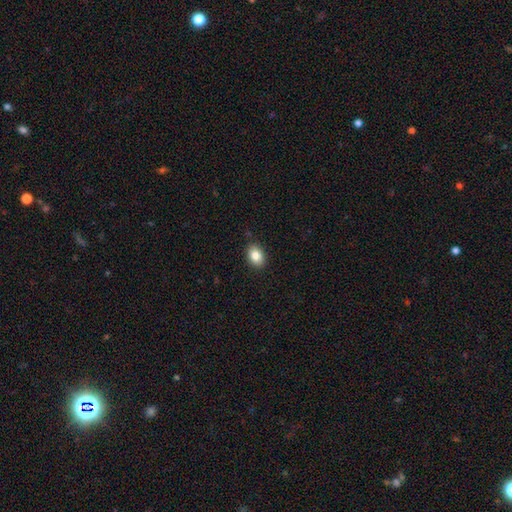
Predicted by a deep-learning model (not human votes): smooth-or-featured: smooth: 83% | star or artifact: 8% | featured or disk: 8%
  how-rounded: in between: 77% | round: 22% | cigar-shaped: 1%
  merging: none: 87% | minor disturbance: 9% | major disturbance: 2% | merger: 1%